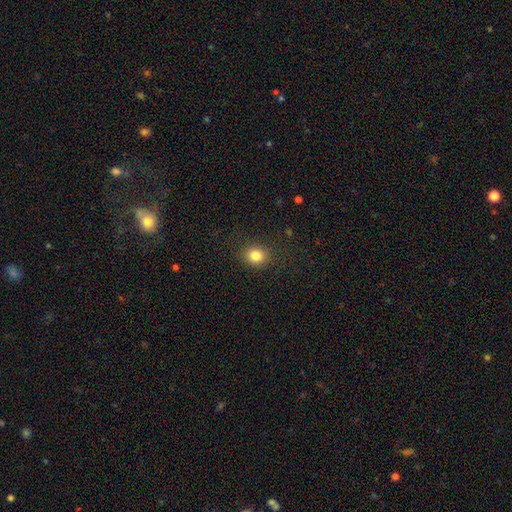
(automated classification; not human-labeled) Smooth or featured?
  - smooth: 83% *
  - star or artifact: 11%
  - featured or disk: 6%
How rounded?
  - round: 69% *
  - in between: 30%
  - cigar-shaped: 1%
Merging?
  - none: 87% *
  - minor disturbance: 9%
  - major disturbance: 3%
  - merger: 1%